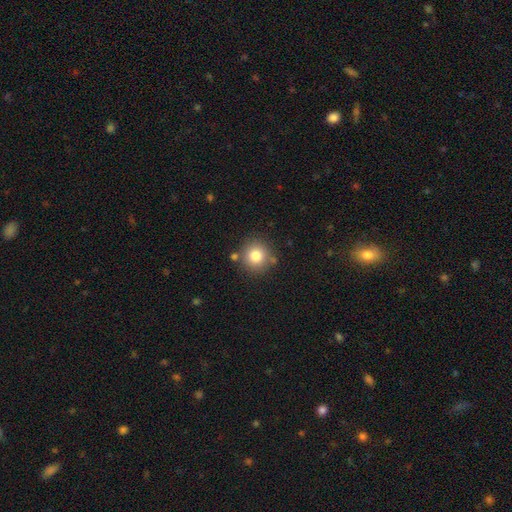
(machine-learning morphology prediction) This is clearly a smooth galaxy (81%). How rounded: clearly round (91%). Merging: clearly none (82%).